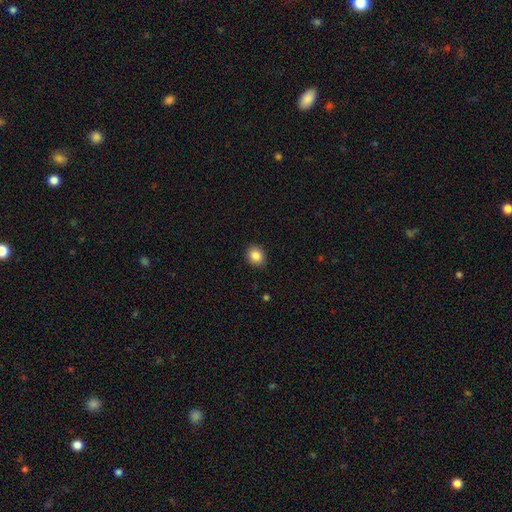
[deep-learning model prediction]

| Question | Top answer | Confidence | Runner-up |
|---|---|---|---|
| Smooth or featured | smooth | 86% | star or artifact (9%) |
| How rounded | round | 63% | in between (36%) |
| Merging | none | 91% | minor disturbance (7%) |